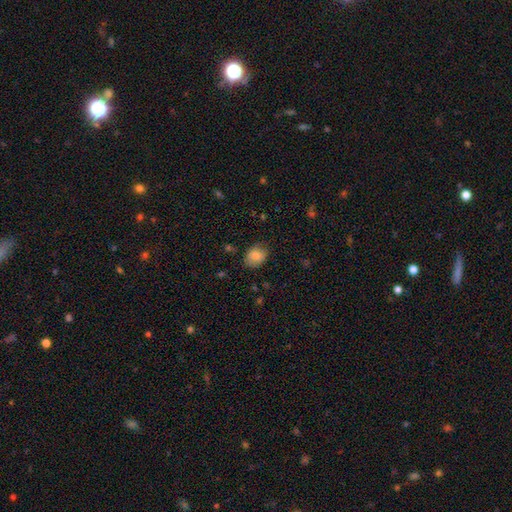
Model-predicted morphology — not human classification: This is clearly a smooth galaxy (82%). How rounded: likely in between (60%). Merging: likely none (75%).